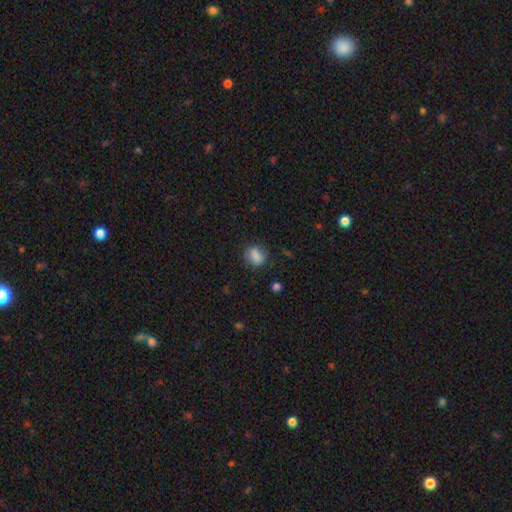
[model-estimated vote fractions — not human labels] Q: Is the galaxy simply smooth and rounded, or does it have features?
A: smooth — 84%.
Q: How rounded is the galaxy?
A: in between — 56%.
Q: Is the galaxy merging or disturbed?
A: none — 77%.